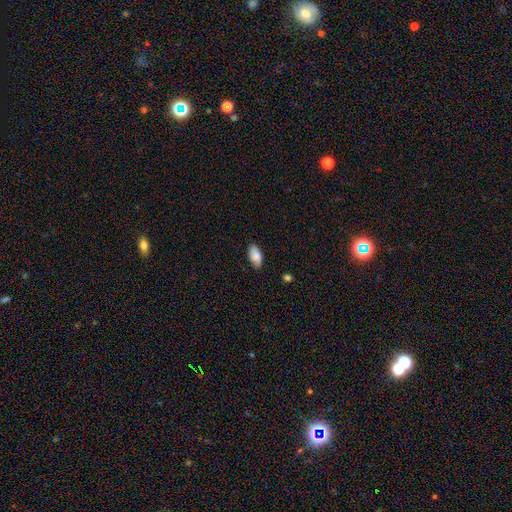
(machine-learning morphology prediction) A smooth galaxy with no disk features (86%) that is in between round and cigar-shaped (93%). Merging: none (85%).